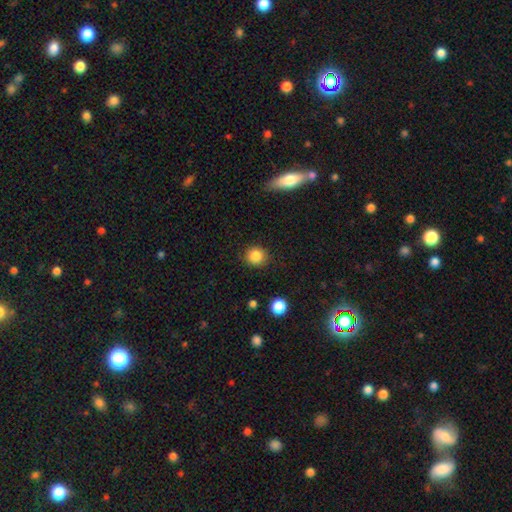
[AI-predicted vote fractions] smooth-or-featured: smooth: 85% | star or artifact: 10% | featured or disk: 4%
  how-rounded: round: 89% | in between: 10% | cigar-shaped: 1%
  merging: none: 89% | minor disturbance: 8% | major disturbance: 2% | merger: 1%